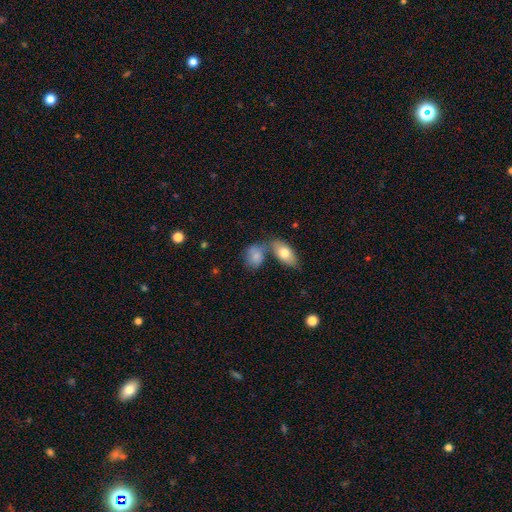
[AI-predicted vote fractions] This appears to be a smooth galaxy with no disk features (79%) that is in between round and cigar-shaped (73%). Merging: none (40%).